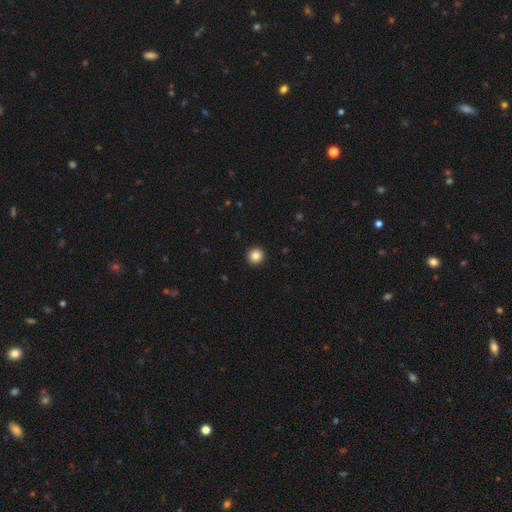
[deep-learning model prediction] Smooth or featured: smooth — 85% (star or artifact — 10%)
How rounded: round — 95% (in between — 4%)
Merging: none — 94% (minor disturbance — 4%)